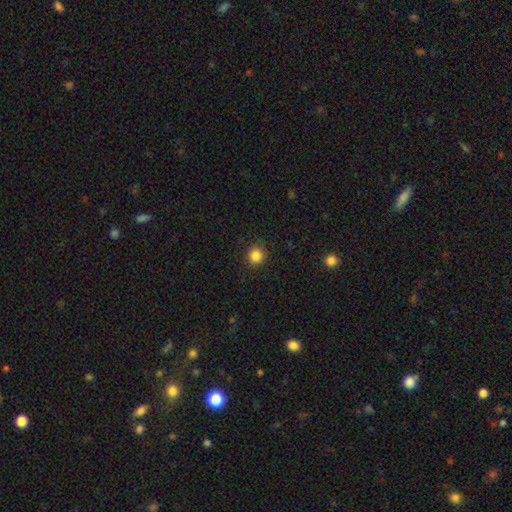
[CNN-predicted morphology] Q: Smooth or featured?
A: smooth (85%); runner-up: star or artifact (11%)
Q: How rounded?
A: round (91%); runner-up: in between (8%)
Q: Merging?
A: none (89%); runner-up: minor disturbance (7%)